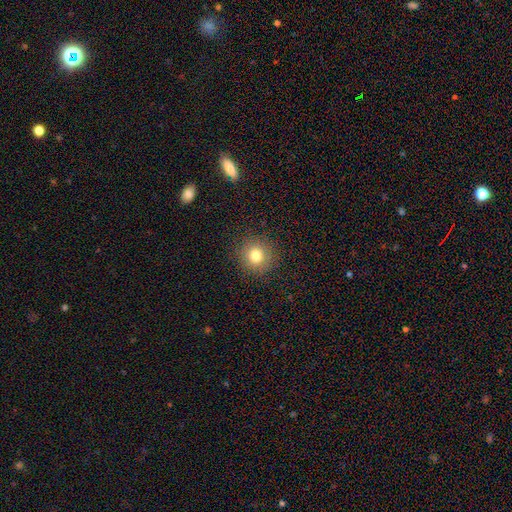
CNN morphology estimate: The model was most divided on "smooth or featured": smooth: 78%, star or artifact: 13%, featured or disk: 9%. More confident: how rounded — round (94%); merging — none (90%).